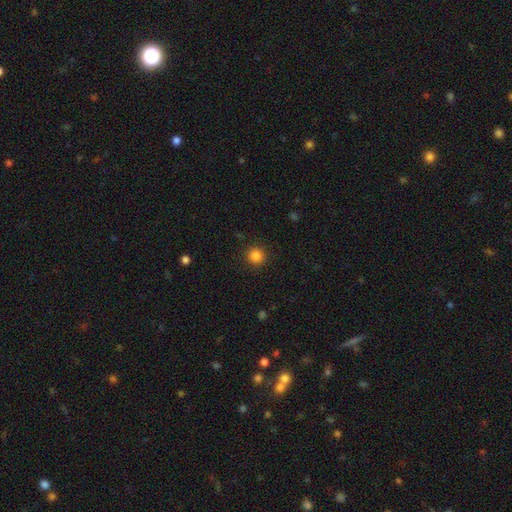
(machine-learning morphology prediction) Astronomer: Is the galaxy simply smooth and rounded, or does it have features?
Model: smooth — 85%.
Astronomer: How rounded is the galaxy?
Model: round — 94%.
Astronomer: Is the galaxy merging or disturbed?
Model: none — 91%.